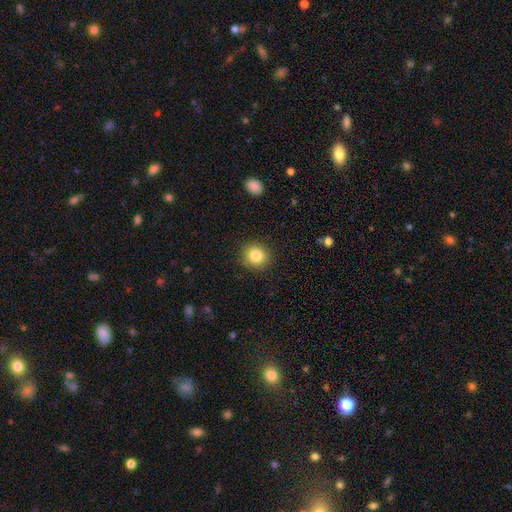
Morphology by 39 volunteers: A smooth galaxy with no disk features (90%) that is round (80%).

Vote fractions:
- Smooth or featured? smooth: 90% / star or artifact: 10% / featured or disk: 0%
- How rounded? round: 80% / in between: 20% / cigar-shaped: 0%
- Merging? none: 91% / minor disturbance: 6% / major disturbance: 3% / merger: 0%